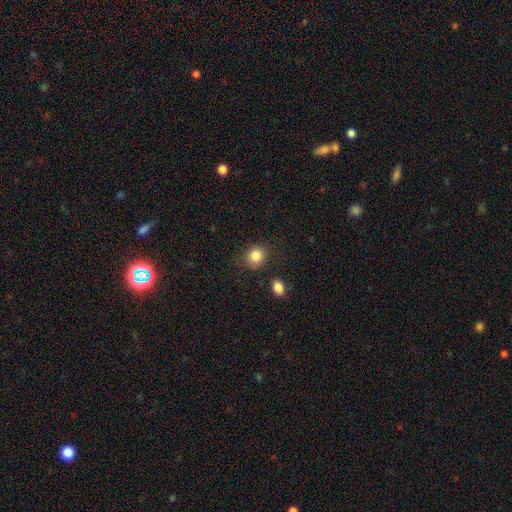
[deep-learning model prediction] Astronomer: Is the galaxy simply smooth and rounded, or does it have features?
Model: smooth — 86%.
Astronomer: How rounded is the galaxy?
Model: round — 75%.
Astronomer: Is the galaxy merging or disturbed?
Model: none — 76%.